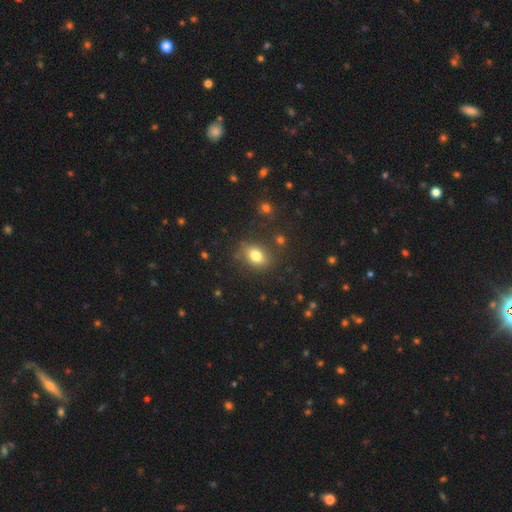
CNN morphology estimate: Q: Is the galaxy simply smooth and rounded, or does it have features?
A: smooth — 79%.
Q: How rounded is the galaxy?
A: in between — 66%.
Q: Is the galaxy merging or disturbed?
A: none — 79%.